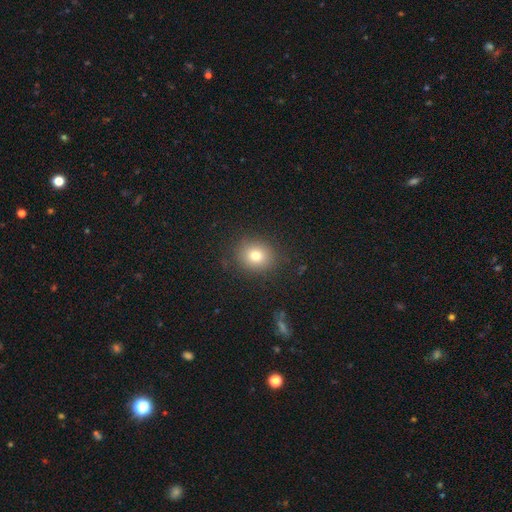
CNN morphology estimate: Smooth or featured: smooth — 77% (star or artifact — 13%)
How rounded: round — 78% (in between — 21%)
Merging: none — 86% (minor disturbance — 9%)